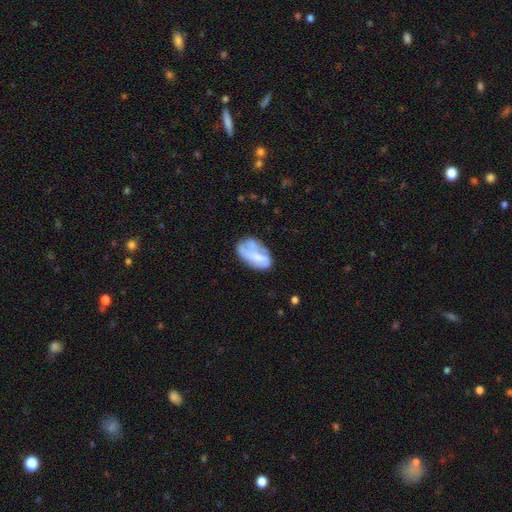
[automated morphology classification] Q: Smooth or featured?
A: smooth (47%); runner-up: featured or disk (45%)
Q: Merging?
A: none (45%); runner-up: minor disturbance (28%)